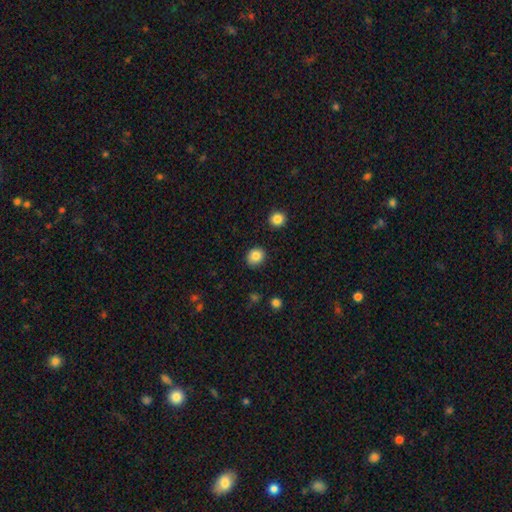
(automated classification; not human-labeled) This is clearly a smooth galaxy (85%). How rounded: likely round (71%). Merging: clearly none (87%).